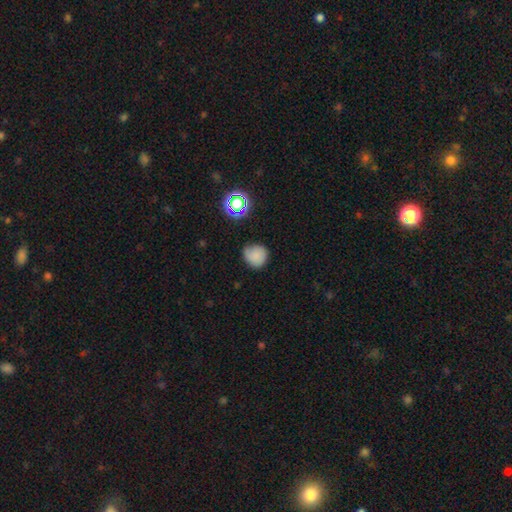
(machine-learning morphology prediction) This appears to be a smooth galaxy with no disk features (77%) that is round (89%). Merging: none (70%).